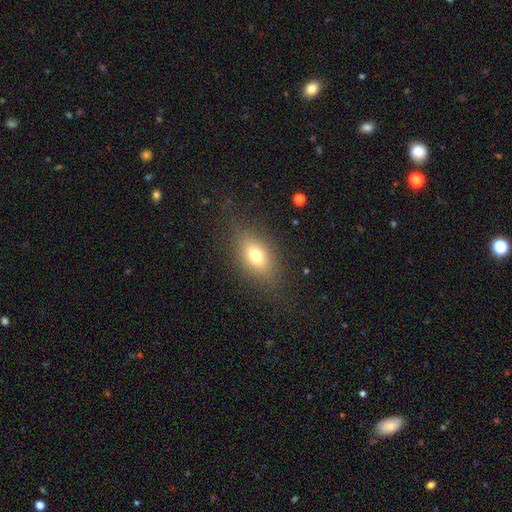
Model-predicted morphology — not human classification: Smooth or featured: smooth — 71% (featured or disk — 18%)
How rounded: in between — 82% (round — 11%)
Merging: none — 79% (minor disturbance — 13%)